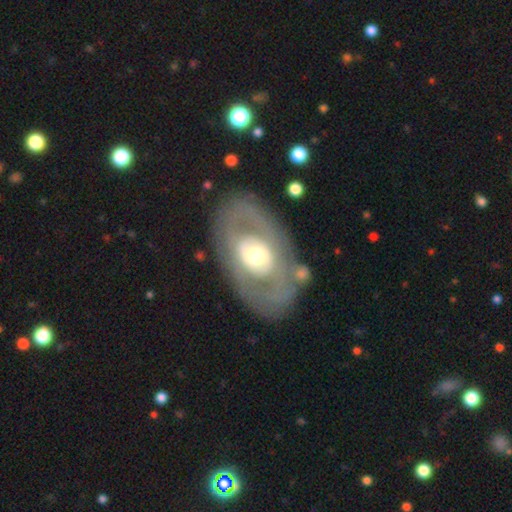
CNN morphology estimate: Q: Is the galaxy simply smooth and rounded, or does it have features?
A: featured or disk — 68%.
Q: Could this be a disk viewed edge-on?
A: no — 91%.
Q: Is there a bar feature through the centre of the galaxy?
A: no — 75%.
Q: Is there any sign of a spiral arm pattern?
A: no — 76%.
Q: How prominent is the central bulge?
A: moderate — 65%.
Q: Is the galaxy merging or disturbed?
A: none — 76%.